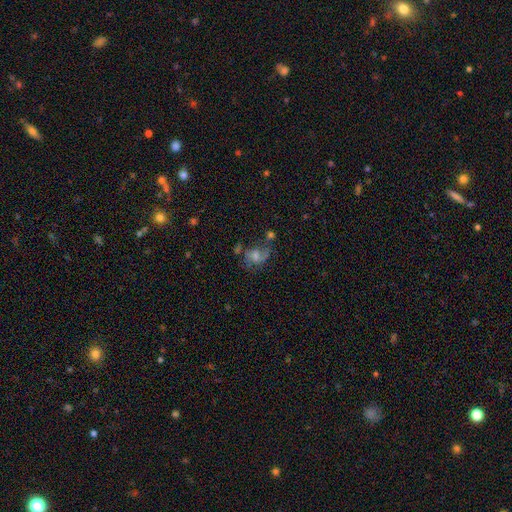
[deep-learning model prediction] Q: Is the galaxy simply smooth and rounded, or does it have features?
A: featured or disk — 59%.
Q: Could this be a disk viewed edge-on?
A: no — 97%.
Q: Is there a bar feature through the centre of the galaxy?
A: no — 59%.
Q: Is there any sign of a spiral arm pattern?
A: yes — 81%.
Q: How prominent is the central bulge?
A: moderate — 42%.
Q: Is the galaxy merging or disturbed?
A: none — 46%.